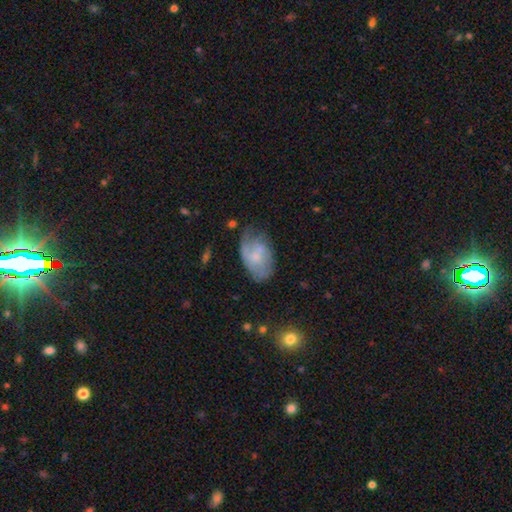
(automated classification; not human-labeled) Smooth or featured? Predicted: featured or disk (p=0.53). Edge-on disk? Predicted: no (p=0.96). Bar? Predicted: no (p=0.69). Spiral arms? Predicted: yes (p=0.69). Bulge size? Predicted: small (p=0.55). Merging? Predicted: none (p=0.45).